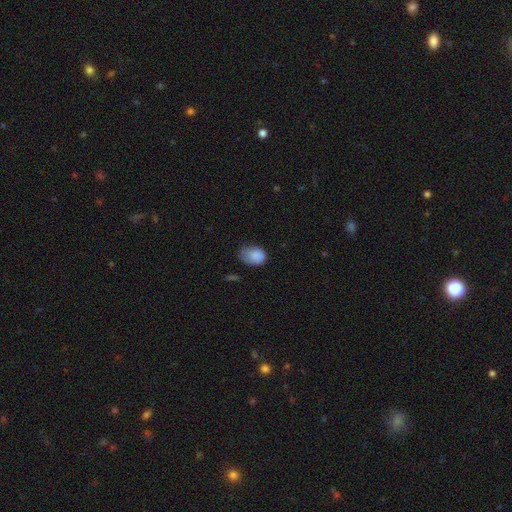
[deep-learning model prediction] Smooth or featured?
  - smooth: 85% *
  - star or artifact: 9%
  - featured or disk: 6%
How rounded?
  - in between: 75% *
  - round: 24%
  - cigar-shaped: 1%
Merging?
  - none: 46% *
  - minor disturbance: 40%
  - major disturbance: 13%
  - merger: 2%